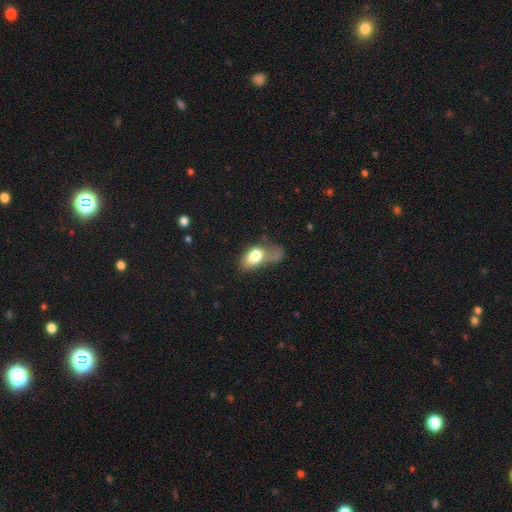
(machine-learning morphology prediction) smooth 73%, featured or disk 19%, star or artifact 8%. Down the decision tree: how rounded — in between (85%); merging — major disturbance (42%).